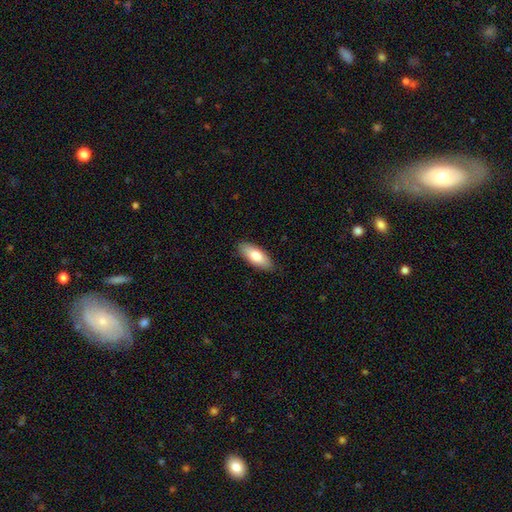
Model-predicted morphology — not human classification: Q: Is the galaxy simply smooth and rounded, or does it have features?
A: smooth — 77%.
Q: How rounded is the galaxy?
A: in between — 80%.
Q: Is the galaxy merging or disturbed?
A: none — 87%.